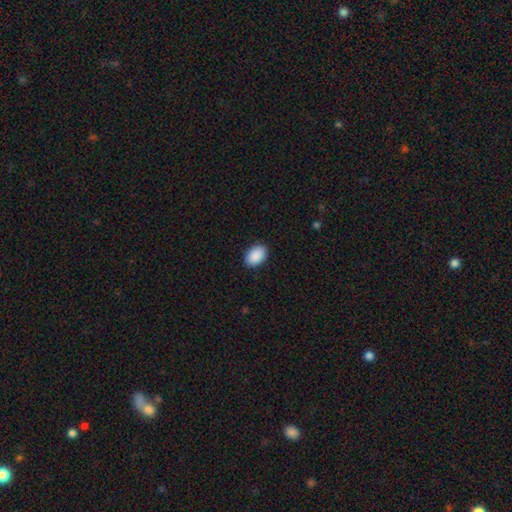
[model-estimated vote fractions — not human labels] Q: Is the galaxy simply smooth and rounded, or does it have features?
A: smooth — 91%.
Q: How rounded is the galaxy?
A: in between — 86%.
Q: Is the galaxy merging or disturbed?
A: none — 90%.